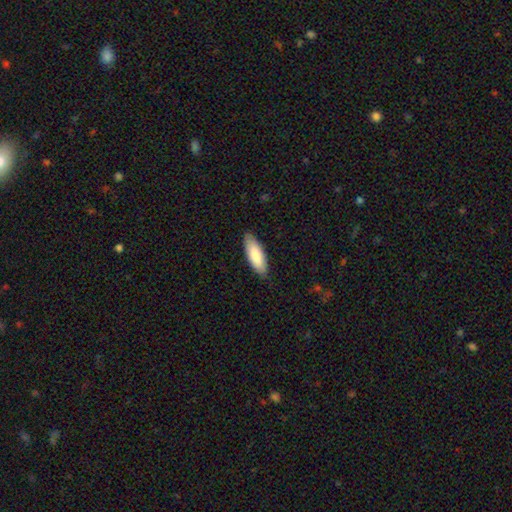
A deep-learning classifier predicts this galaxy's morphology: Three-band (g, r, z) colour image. It shows a smooth galaxy with no disk features (80%) that is in between round and cigar-shaped (66%). Merging: none (85%).